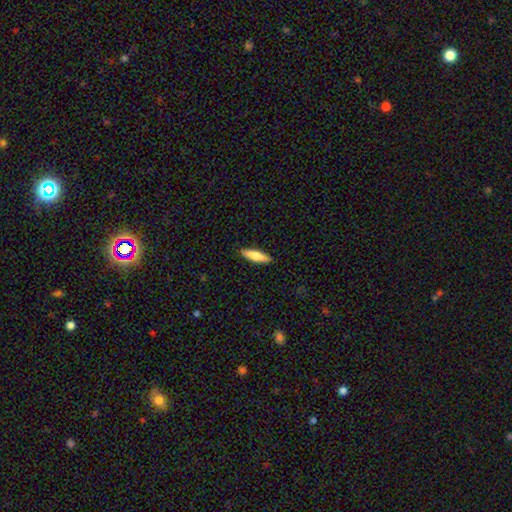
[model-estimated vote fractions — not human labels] Q: Smooth or featured?
A: smooth (74%); runner-up: featured or disk (21%)
Q: How rounded?
A: cigar-shaped (68%); runner-up: in between (30%)
Q: Merging?
A: none (90%); runner-up: minor disturbance (7%)